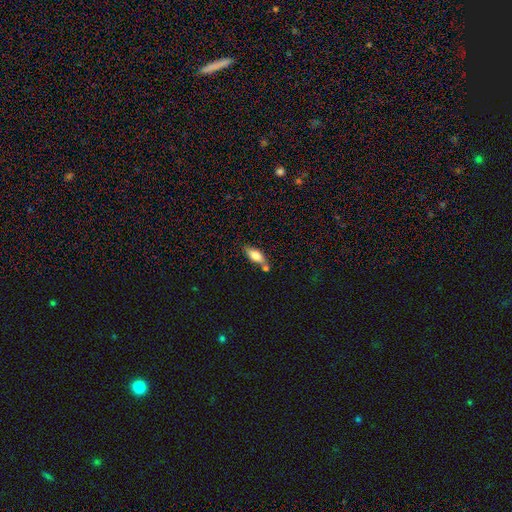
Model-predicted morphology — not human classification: A smooth galaxy with no disk features (75%) that is in between round and cigar-shaped (77%).

Vote fractions:
- Smooth or featured? smooth: 75% / featured or disk: 18% / star or artifact: 7%
- How rounded? in between: 77% / cigar-shaped: 19% / round: 3%
- Merging? none: 54% / merger: 25% / minor disturbance: 17% / major disturbance: 5%